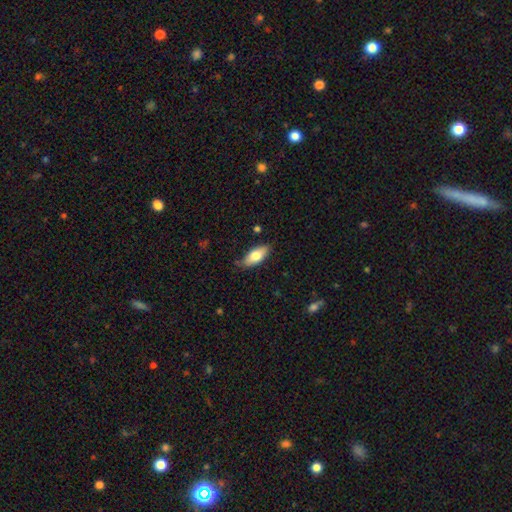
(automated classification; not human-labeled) Q: Smooth or featured?
A: smooth (75%); runner-up: featured or disk (19%)
Q: How rounded?
A: in between (83%); runner-up: cigar-shaped (15%)
Q: Merging?
A: none (79%); runner-up: minor disturbance (16%)